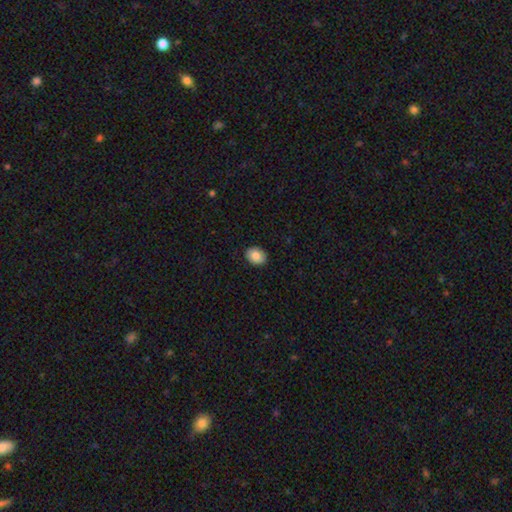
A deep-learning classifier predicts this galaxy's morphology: Smooth or featured: smooth — 84% (star or artifact — 8%)
How rounded: in between — 56% (round — 43%)
Merging: none — 90% (minor disturbance — 8%)